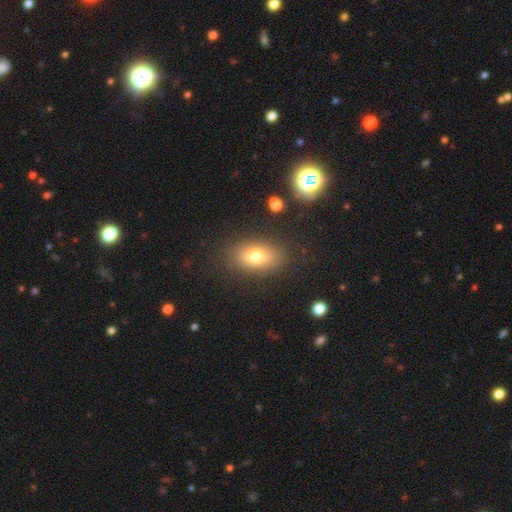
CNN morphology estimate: Smooth or featured? smooth (74%)
How rounded? in between (85%)
Merging? none (83%)